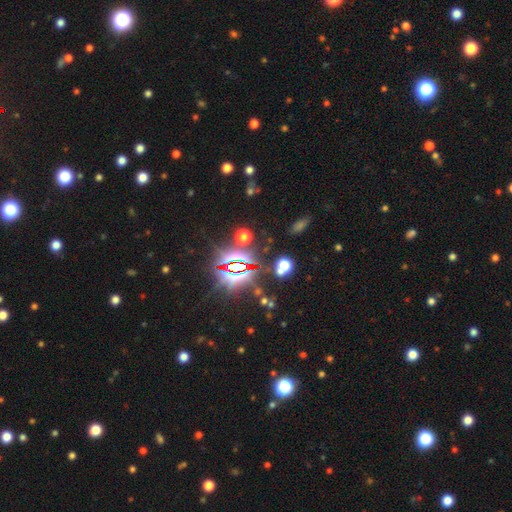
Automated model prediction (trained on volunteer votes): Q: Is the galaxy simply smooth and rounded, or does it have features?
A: star or artifact — 84%.